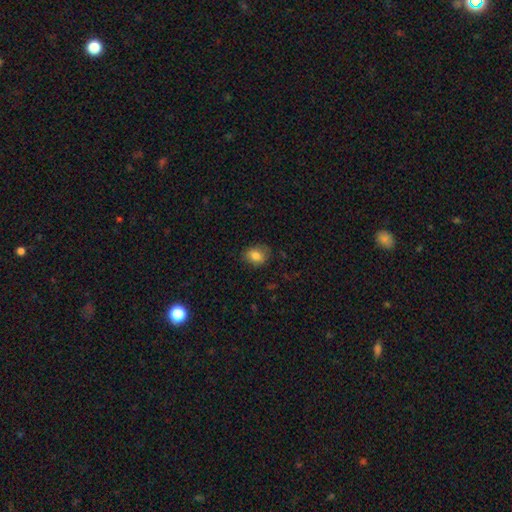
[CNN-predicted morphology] The model was most divided on "how rounded": in between: 56%, round: 43%, cigar-shaped: 1%. More confident: smooth or featured — smooth (84%); merging — none (79%).